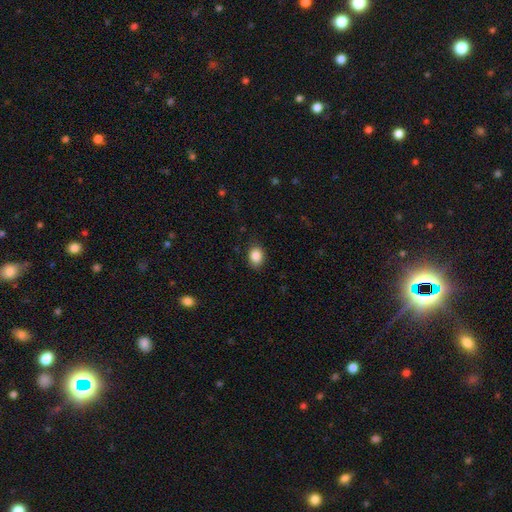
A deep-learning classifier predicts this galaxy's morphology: This is clearly a smooth galaxy (87%). How rounded: possibly in between (59%). Merging: clearly none (84%).